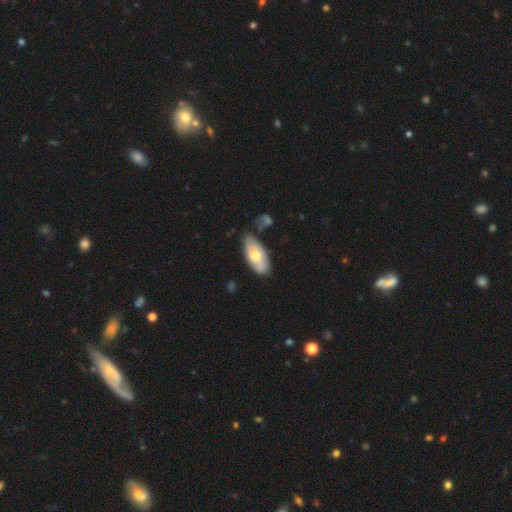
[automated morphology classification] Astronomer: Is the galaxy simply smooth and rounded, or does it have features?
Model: smooth — 51% (runner-up: featured or disk, 43%).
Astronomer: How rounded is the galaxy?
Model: in between — 88%.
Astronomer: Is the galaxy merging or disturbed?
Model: none — 63%.